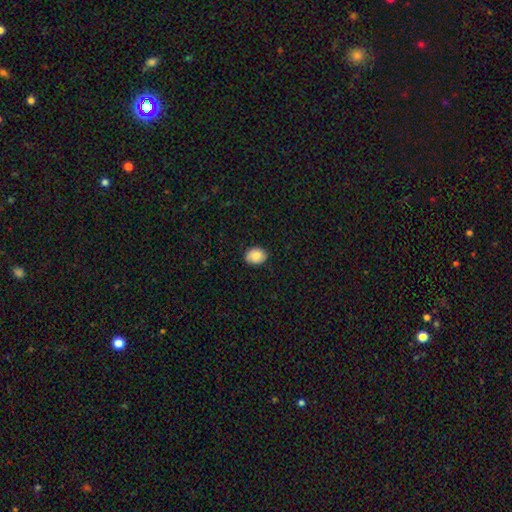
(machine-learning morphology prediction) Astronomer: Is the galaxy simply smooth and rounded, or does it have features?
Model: smooth — 83%.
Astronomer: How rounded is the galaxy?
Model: in between — 61% (runner-up: round, 38%).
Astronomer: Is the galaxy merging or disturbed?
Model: none — 88%.